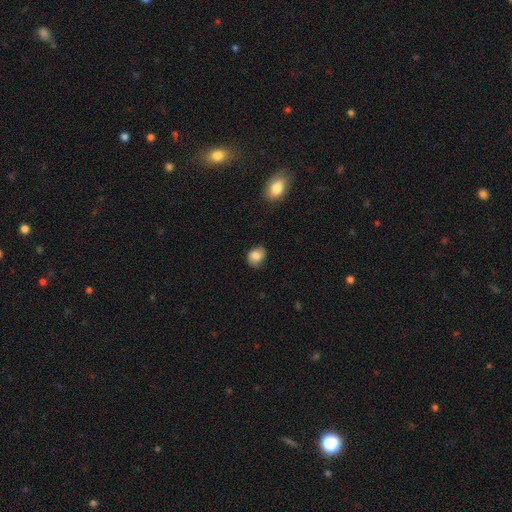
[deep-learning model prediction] This appears to be a smooth galaxy with no disk features (73%) that is in between round and cigar-shaped (53%). Merging: none (71%).